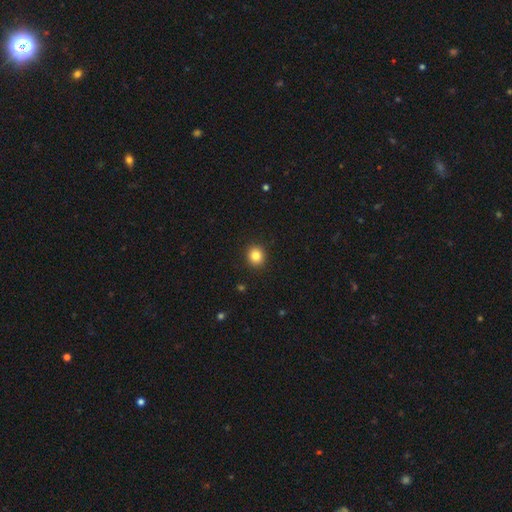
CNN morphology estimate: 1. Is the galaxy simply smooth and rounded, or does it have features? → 84% smooth, 10% star or artifact, 5% featured or disk.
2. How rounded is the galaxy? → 83% round, 16% in between, 1% cigar-shaped.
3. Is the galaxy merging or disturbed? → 92% none, 6% minor disturbance, 2% major disturbance, 1% merger.